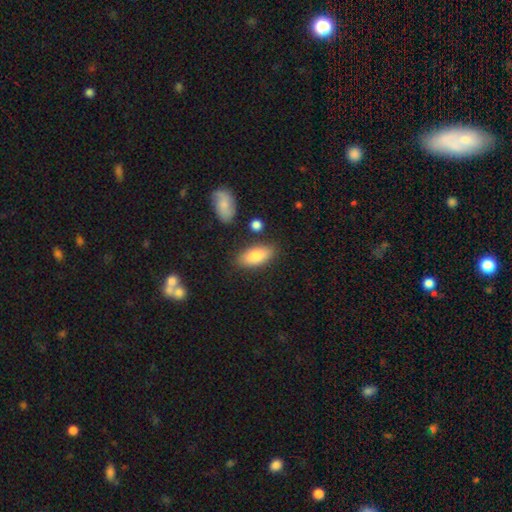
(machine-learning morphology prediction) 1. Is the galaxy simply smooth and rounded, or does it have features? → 82% smooth, 12% featured or disk, 6% star or artifact.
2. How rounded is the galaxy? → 84% in between, 14% cigar-shaped, 3% round.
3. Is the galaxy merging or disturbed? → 79% none, 13% minor disturbance, 4% merger, 3% major disturbance.